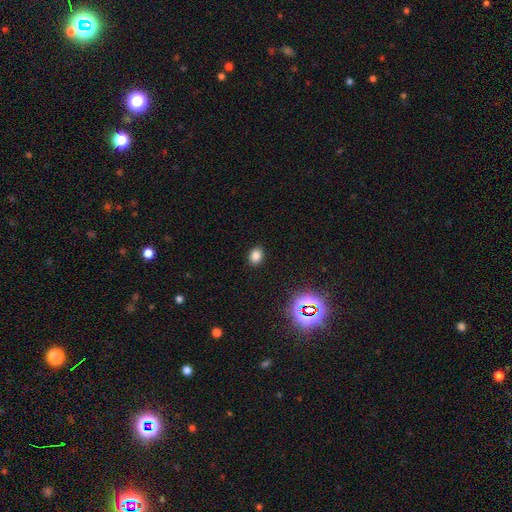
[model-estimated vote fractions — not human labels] Smooth or featured? smooth (80%)
How rounded? in between (56%)
Merging? none (90%)